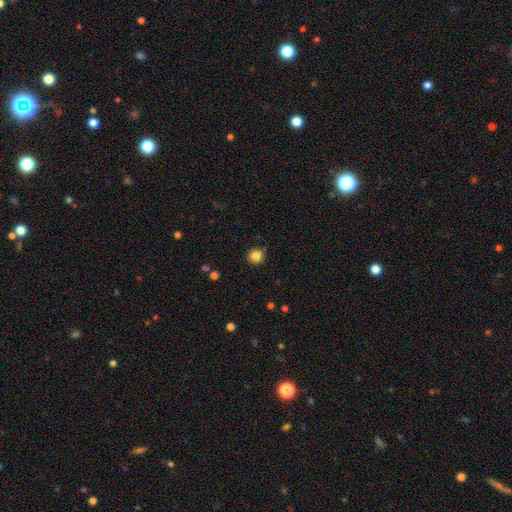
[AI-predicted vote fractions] smooth-or-featured: smooth: 84% | star or artifact: 11% | featured or disk: 5%
  how-rounded: round: 94% | in between: 5% | cigar-shaped: 1%
  merging: none: 89% | minor disturbance: 8% | major disturbance: 2% | merger: 1%